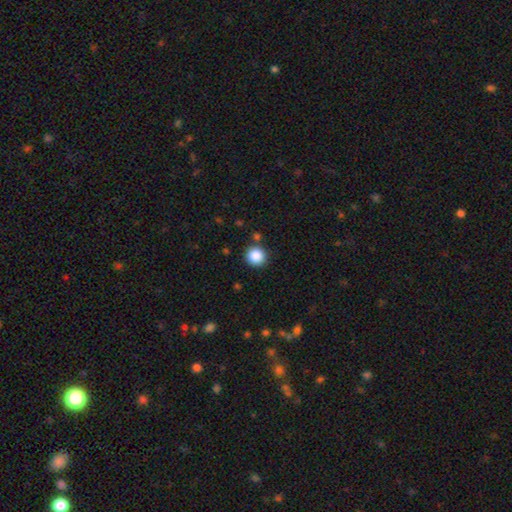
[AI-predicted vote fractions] Q: Smooth or featured?
A: smooth (88%); runner-up: star or artifact (10%)
Q: How rounded?
A: round (93%); runner-up: in between (6%)
Q: Merging?
A: none (87%); runner-up: minor disturbance (7%)